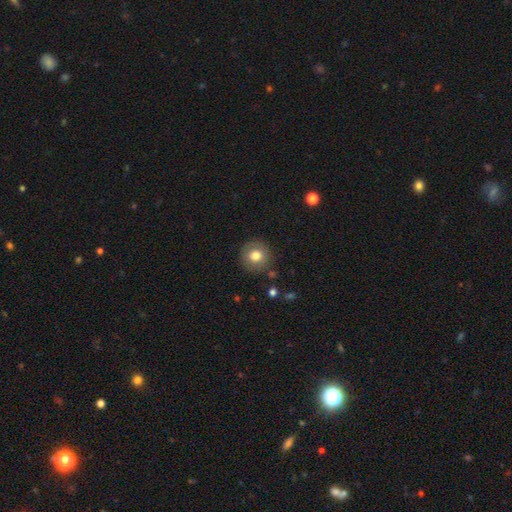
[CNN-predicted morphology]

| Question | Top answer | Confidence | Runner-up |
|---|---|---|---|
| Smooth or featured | smooth | 77% | featured or disk (13%) |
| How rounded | round | 93% | in between (6%) |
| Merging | none | 87% | minor disturbance (8%) |